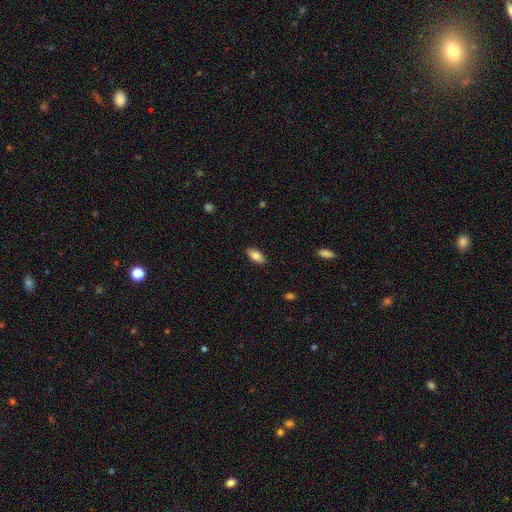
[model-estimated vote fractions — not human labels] Smooth or featured? Predicted: smooth (p=0.80). How rounded? Predicted: in between (p=0.86). Merging? Predicted: none (p=0.88).